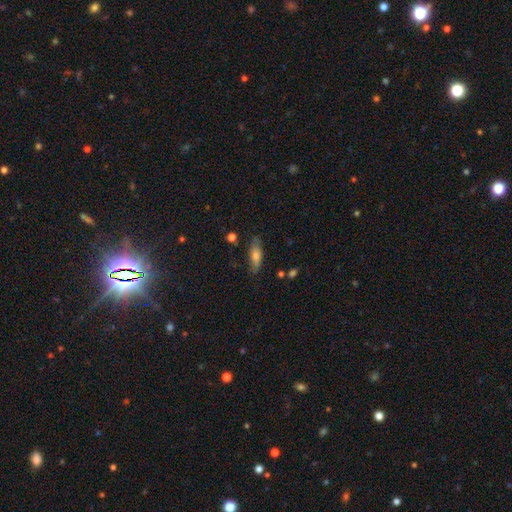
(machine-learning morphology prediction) Overall: smooth (65%; featured or disk 27%). How rounded: in between (55%; cigar-shaped 42%). Merging: none (79%).